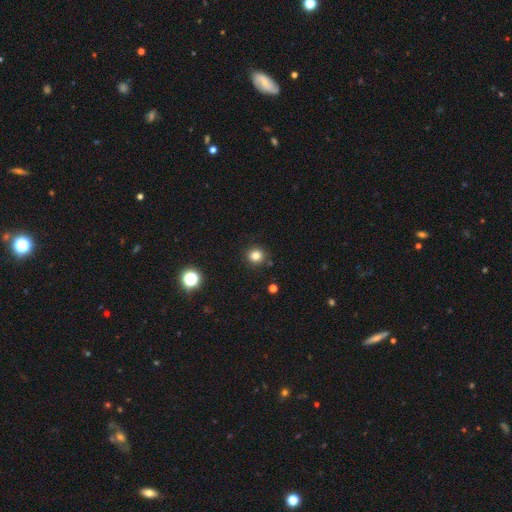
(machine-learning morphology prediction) smooth 81%, star or artifact 14%, featured or disk 5%. Down the decision tree: how rounded — round (90%); merging — none (88%).